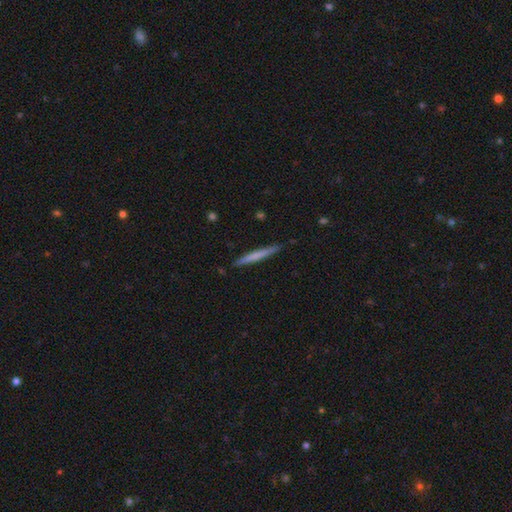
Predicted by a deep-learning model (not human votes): Morphology: type=smooth (60%); roundness=cigar-shaped (97%); merging=none (89%).